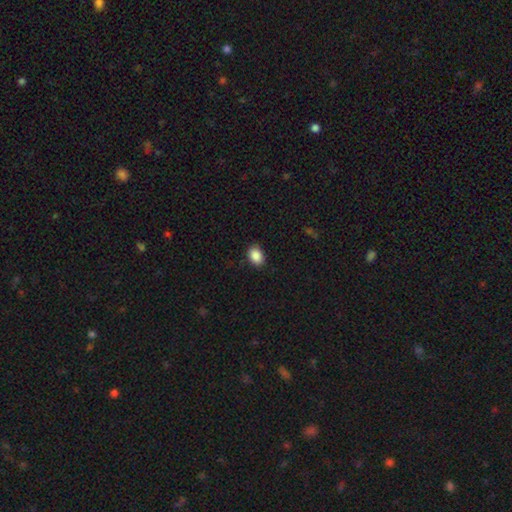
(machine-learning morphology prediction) Smooth or featured? smooth (89%)
How rounded? in between (73%)
Merging? none (85%)